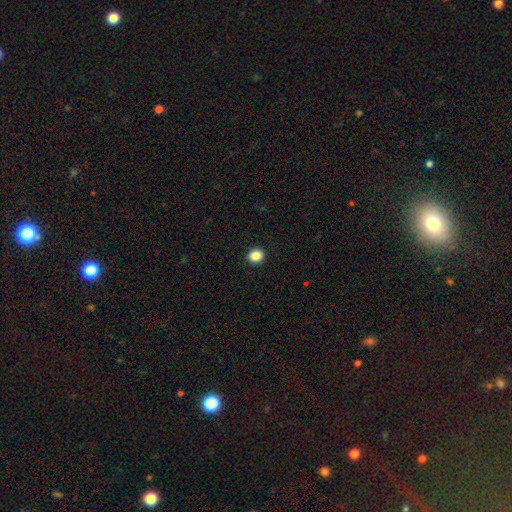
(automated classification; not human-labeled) Smooth or featured: smooth — 87% (star or artifact — 10%)
How rounded: round — 79% (in between — 20%)
Merging: none — 93% (minor disturbance — 5%)